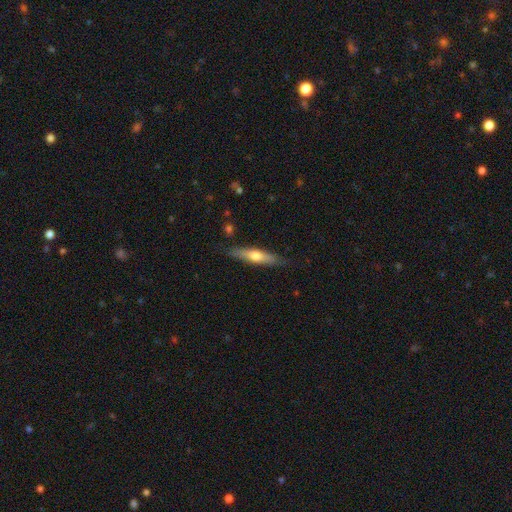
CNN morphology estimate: type=smooth (51%); roundness=cigar-shaped (81%); merging=none (84%).